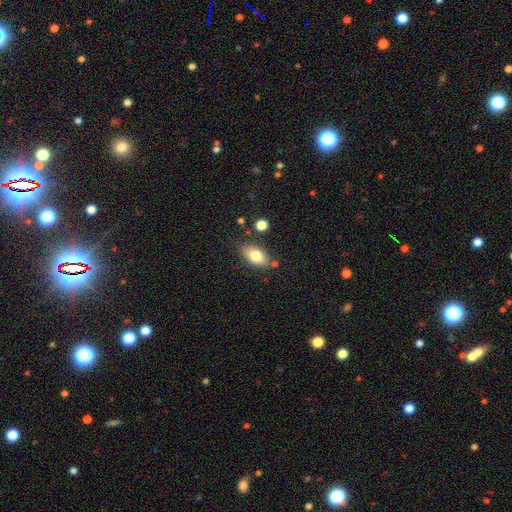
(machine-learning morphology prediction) smooth_or_featured: smooth (p=0.79) [alt: featured or disk p=0.13]
how_rounded: in between (p=0.88) [alt: round p=0.07]
merging: none (p=0.76) [alt: minor disturbance p=0.15]